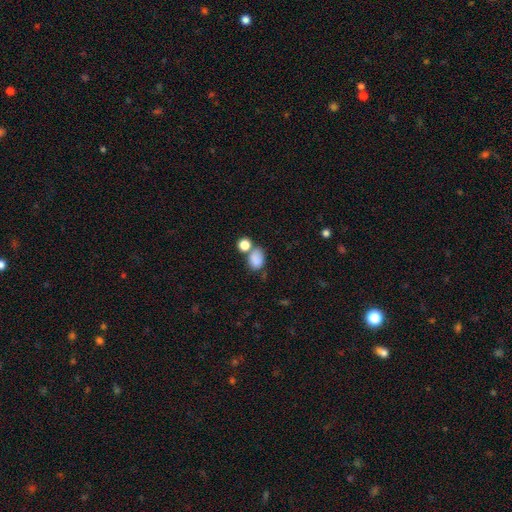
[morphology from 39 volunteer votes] A smooth galaxy with no disk features (92%) that is in between round and cigar-shaped (81%).

Vote fractions:
- Smooth or featured? smooth: 92% / star or artifact: 5% / featured or disk: 3%
- How rounded? in between: 81% / round: 19% / cigar-shaped: 0%
- Merging? none: 57% / merger: 30% / minor disturbance: 8% / major disturbance: 5%